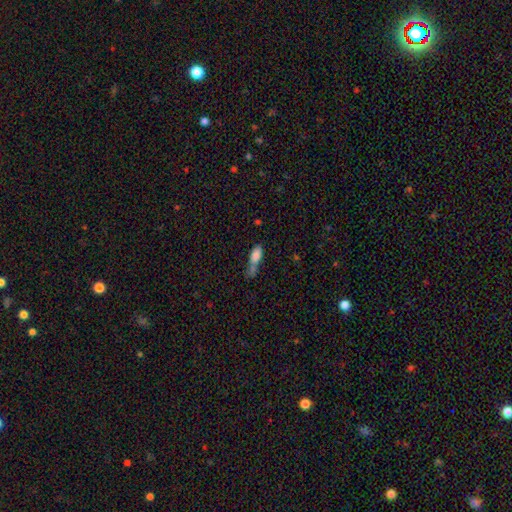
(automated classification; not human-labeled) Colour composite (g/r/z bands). It shows a smooth galaxy with no disk features (79%) that is in between round and cigar-shaped (76%). Merging: merger (38%).